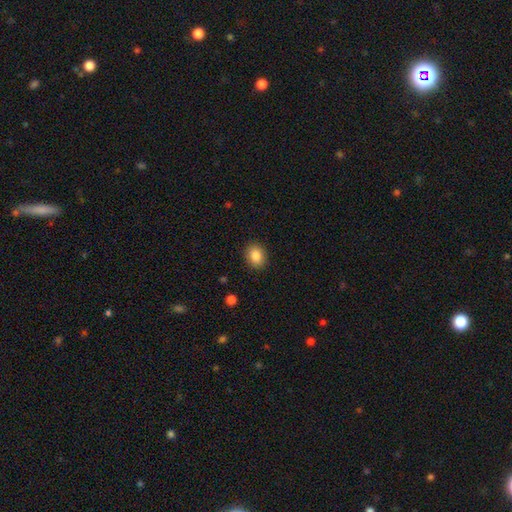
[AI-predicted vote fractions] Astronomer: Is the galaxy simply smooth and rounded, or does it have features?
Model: smooth — 87%.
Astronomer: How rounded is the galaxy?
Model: in between — 55% (runner-up: round, 44%).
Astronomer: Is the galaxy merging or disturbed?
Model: none — 88%.